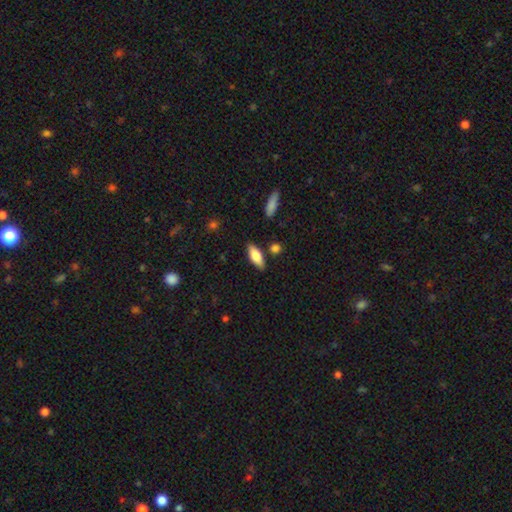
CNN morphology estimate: smooth 74%, featured or disk 20%, star or artifact 6%. Down the decision tree: how rounded — in between (72%); merging — none (83%).